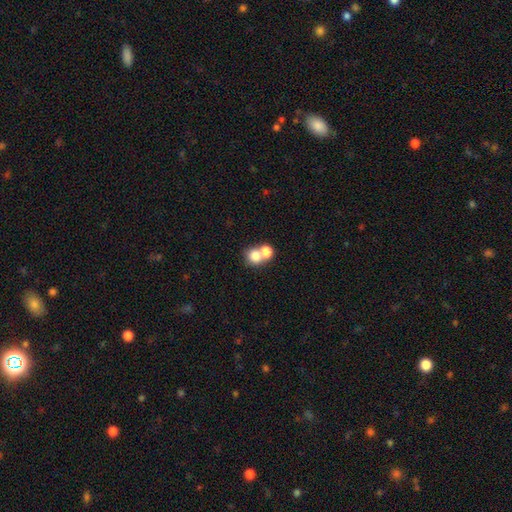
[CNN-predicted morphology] Overall: smooth (75%). How rounded: round (71%). Merging: merger (58%; none 33%).